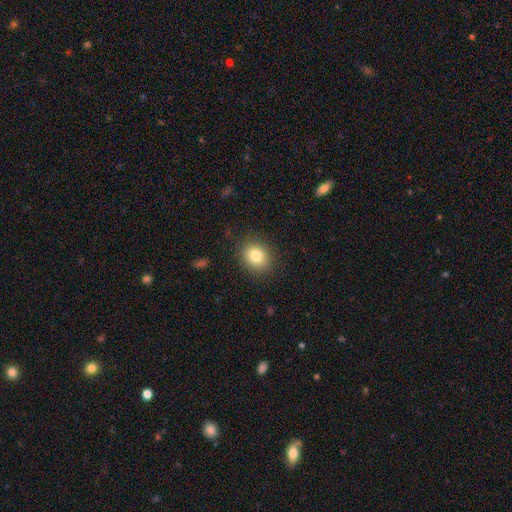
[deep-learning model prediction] Smooth or featured? smooth (82%)
How rounded? round (74%)
Merging? none (88%)